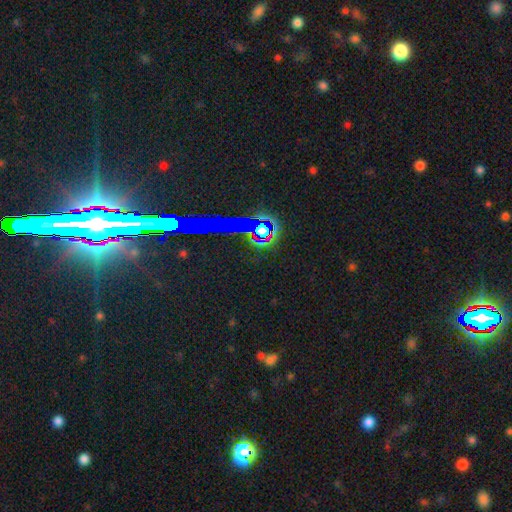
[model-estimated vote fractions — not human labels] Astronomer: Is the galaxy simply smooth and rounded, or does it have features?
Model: star or artifact — 79%.